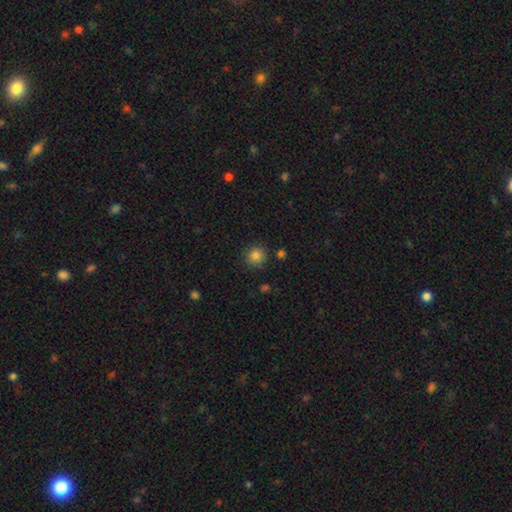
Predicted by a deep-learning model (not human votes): Overall: smooth (83%). How rounded: round (92%). Merging: none (87%).